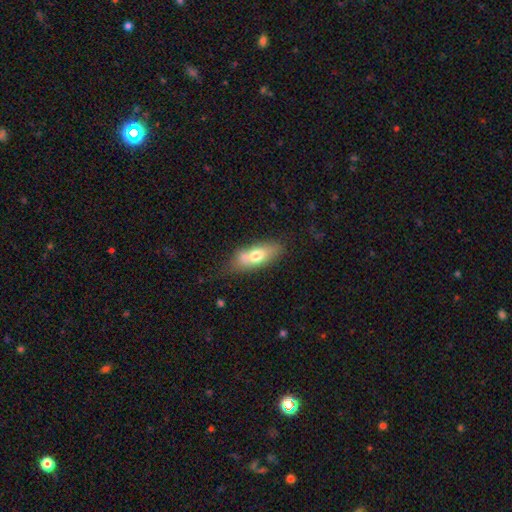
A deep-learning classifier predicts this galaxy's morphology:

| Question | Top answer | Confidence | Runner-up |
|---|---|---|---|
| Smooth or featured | smooth | 67% | featured or disk (26%) |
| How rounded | in between | 73% | cigar-shaped (23%) |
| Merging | none | 58% | minor disturbance (22%) |